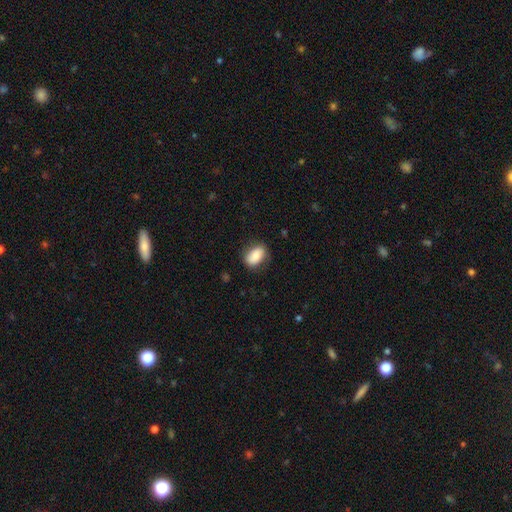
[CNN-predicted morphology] Smooth or featured? smooth (79%)
How rounded? in between (87%)
Merging? none (77%)